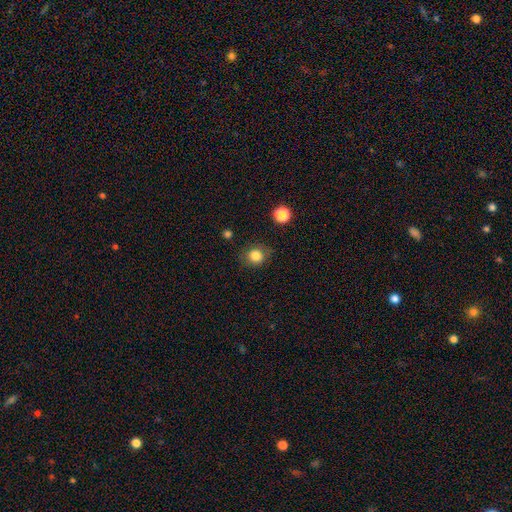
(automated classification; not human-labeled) Q: Smooth or featured?
A: smooth (83%); runner-up: star or artifact (11%)
Q: How rounded?
A: round (77%); runner-up: in between (22%)
Q: Merging?
A: none (79%); runner-up: minor disturbance (14%)